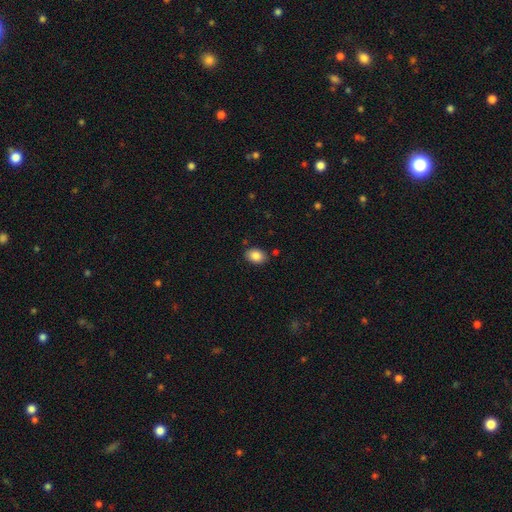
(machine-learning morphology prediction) This is clearly a smooth galaxy (85%). How rounded: likely in between (78%). Merging: clearly none (84%).